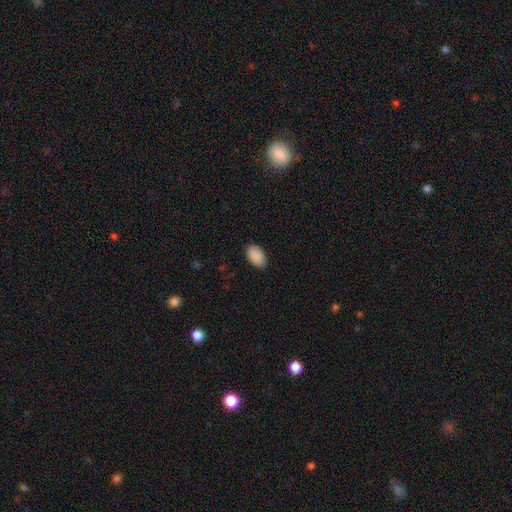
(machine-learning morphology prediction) smooth_or_featured: smooth (p=0.90) [alt: star or artifact p=0.07]
how_rounded: in between (p=0.92) [alt: round p=0.07]
merging: none (p=0.86) [alt: minor disturbance p=0.11]